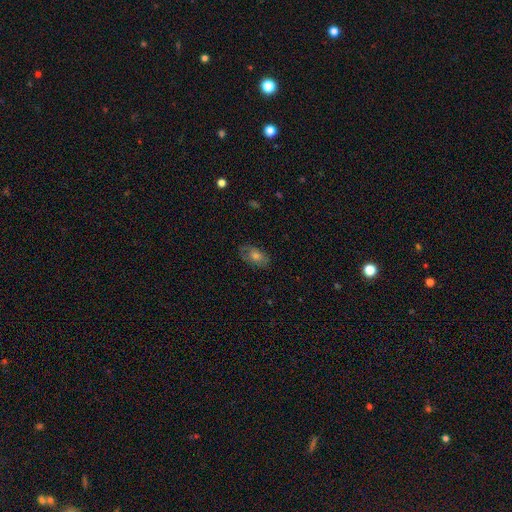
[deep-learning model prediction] Smooth or featured? Predicted: smooth (p=0.49). Merging? Predicted: none (p=0.79).